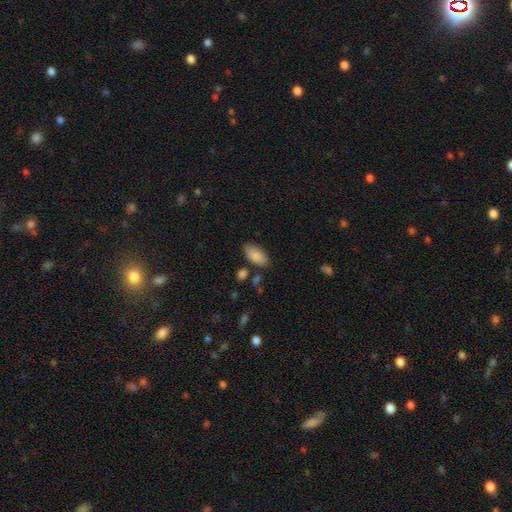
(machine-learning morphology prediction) A smooth galaxy with no disk features (86%) that is in between round and cigar-shaped (94%).

Vote fractions:
- Smooth or featured? smooth: 86% / featured or disk: 7% / star or artifact: 7%
- How rounded? in between: 94% / cigar-shaped: 3% / round: 3%
- Merging? none: 78% / minor disturbance: 14% / merger: 4% / major disturbance: 3%